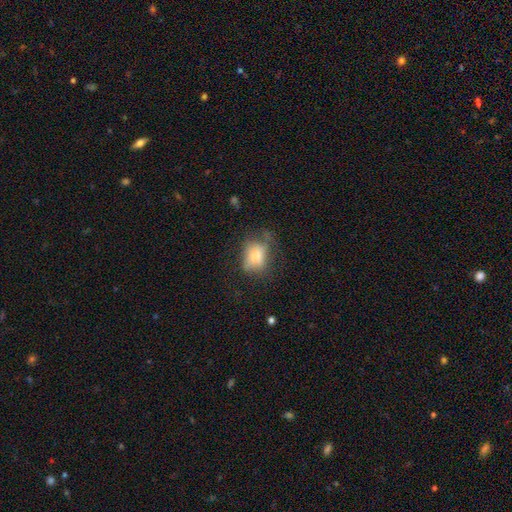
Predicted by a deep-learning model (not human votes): This appears to be a smooth galaxy with no disk features (68%) that is in between round and cigar-shaped (68%). Merging: none (41%).